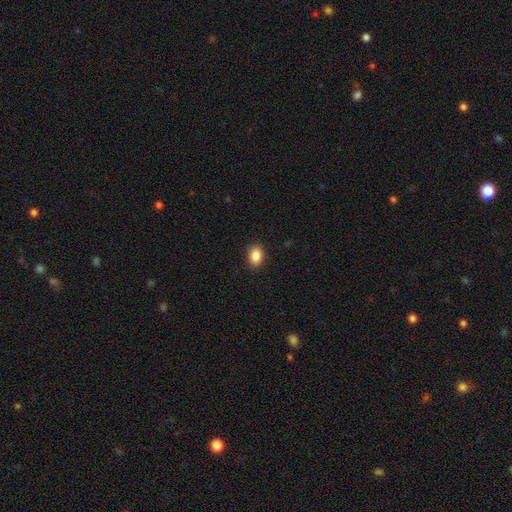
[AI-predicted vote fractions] smooth_or_featured: smooth (p=0.88) [alt: star or artifact p=0.08]
how_rounded: in between (p=0.82) [alt: round p=0.16]
merging: none (p=0.89) [alt: minor disturbance p=0.08]